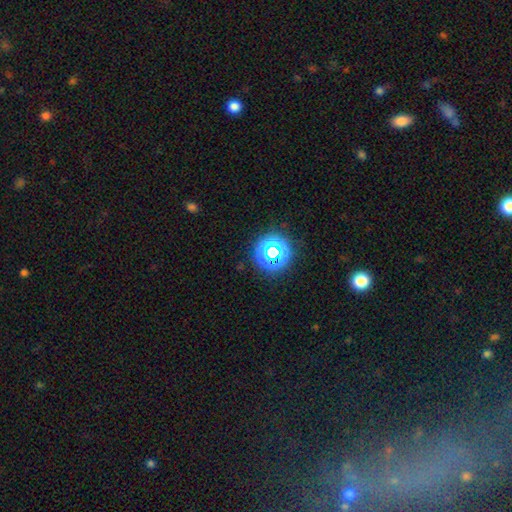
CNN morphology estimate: The model was most divided on "smooth or featured": star or artifact: 52%, smooth: 41%, featured or disk: 7%.